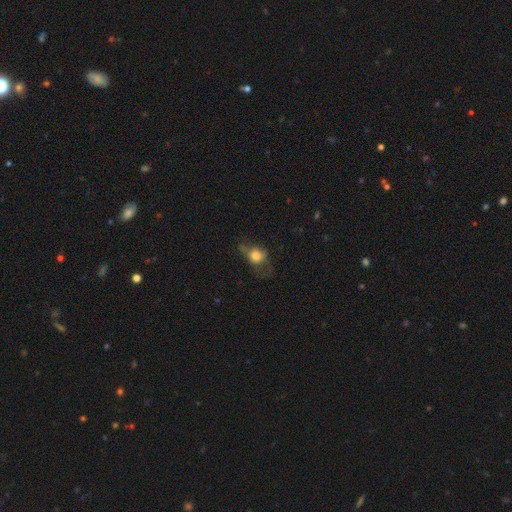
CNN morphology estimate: This appears to be a smooth galaxy with no disk features (60%) that is round (51%). Merging: major disturbance (41%).